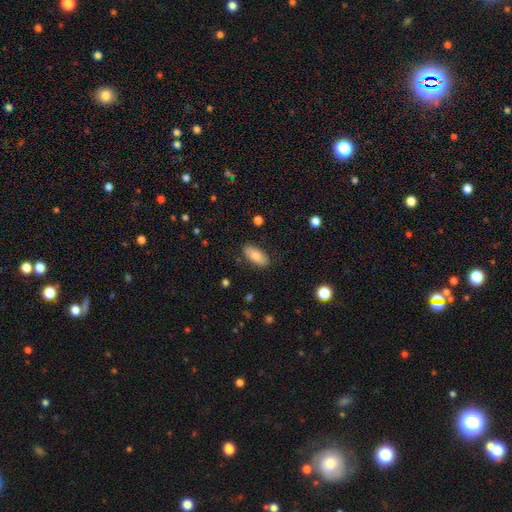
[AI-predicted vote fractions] Morphology: type=smooth (74%); roundness=in between (86%); merging=none (85%).